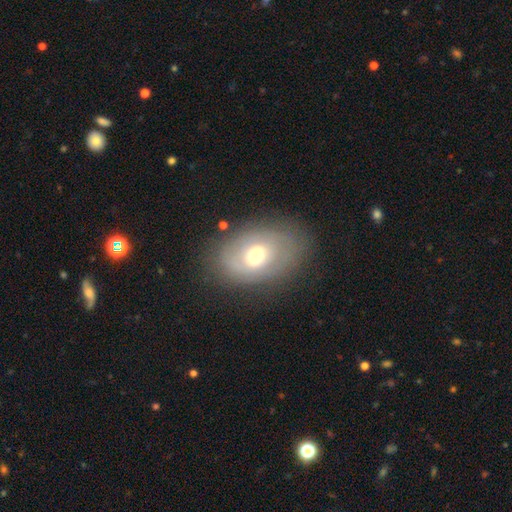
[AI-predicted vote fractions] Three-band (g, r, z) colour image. It shows a smooth galaxy with no disk features (52%) that is in between round and cigar-shaped (80%). Merging: none (75%).